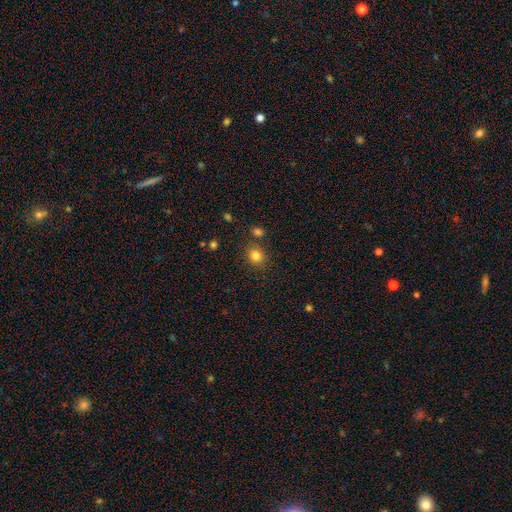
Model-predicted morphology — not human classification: This appears to be a smooth galaxy with no disk features (83%) that is round (76%). Merging: none (80%).